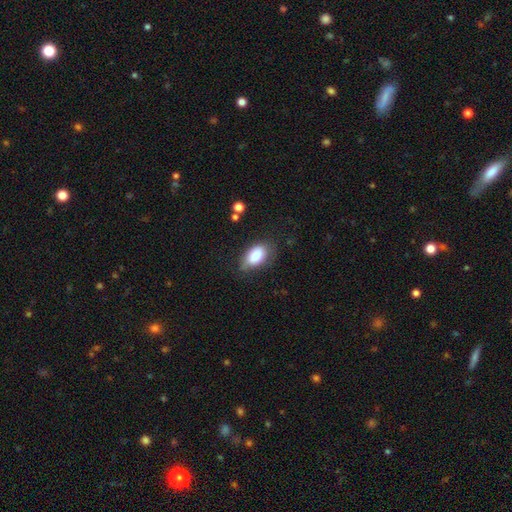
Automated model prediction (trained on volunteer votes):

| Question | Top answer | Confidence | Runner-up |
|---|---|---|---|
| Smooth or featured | smooth | 82% | featured or disk (11%) |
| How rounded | in between | 91% | round (5%) |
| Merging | none | 65% | minor disturbance (26%) |